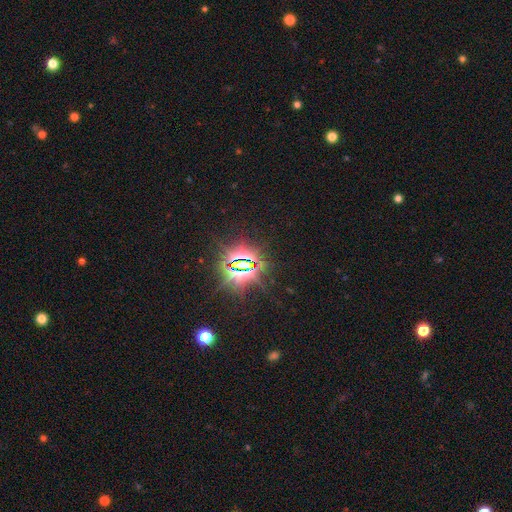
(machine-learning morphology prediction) Smooth or featured: star or artifact — 85% (smooth — 8%)